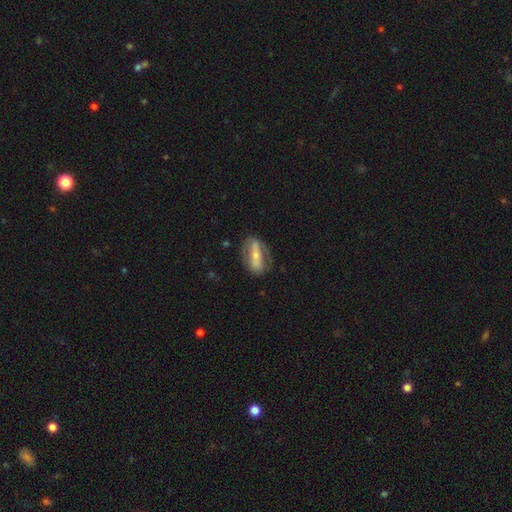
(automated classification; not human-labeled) This is possibly a featured or disk galaxy (55%). It is likely not viewed edge-on (75%). Merging: likely none (70%).